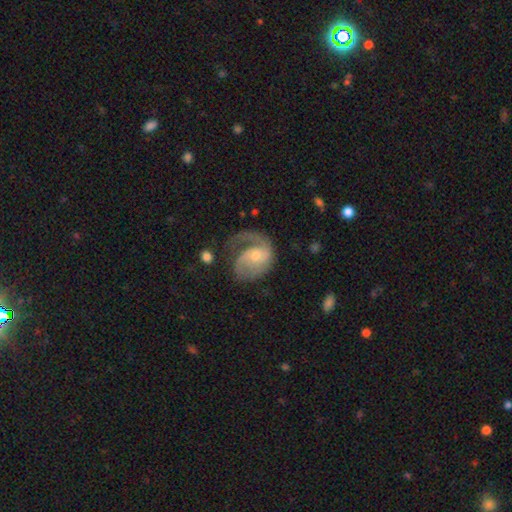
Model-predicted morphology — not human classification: Smooth or featured? featured or disk (79%)
Edge-on disk? no (98%)
Bar? no (58%)
Spiral arms? yes (92%)
Spiral winding? medium (44%)
Spiral arm count? 1 (50%)
Bulge size? small (56%)
Merging? none (41%)